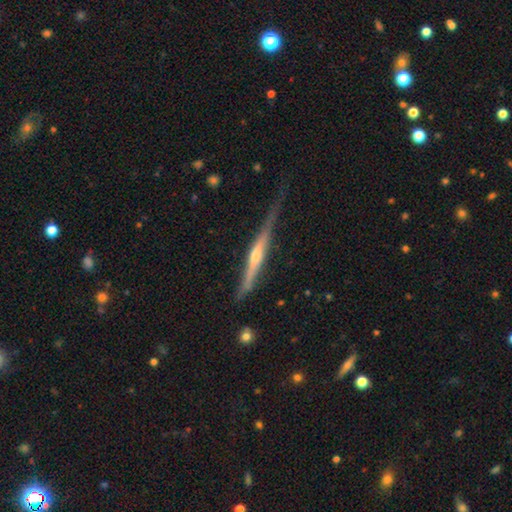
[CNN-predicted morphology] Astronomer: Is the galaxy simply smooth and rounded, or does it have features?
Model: featured or disk — 72%.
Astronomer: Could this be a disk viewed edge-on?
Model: yes — 96%.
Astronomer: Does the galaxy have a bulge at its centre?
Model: rounded — 67%.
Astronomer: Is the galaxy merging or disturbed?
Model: none — 59%.